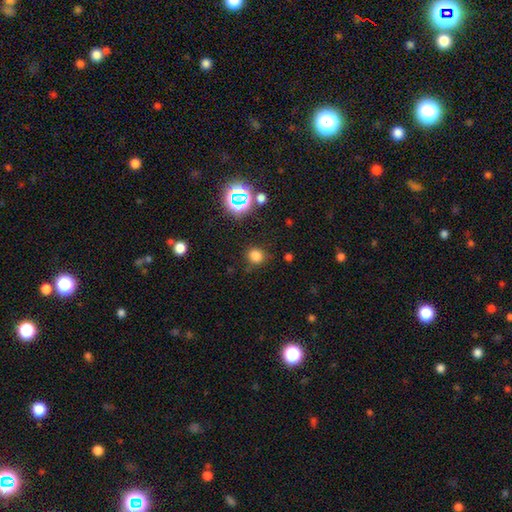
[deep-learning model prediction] Smooth or featured? Predicted: smooth (p=0.75). How rounded? Predicted: round (p=0.81). Merging? Predicted: none (p=0.81).